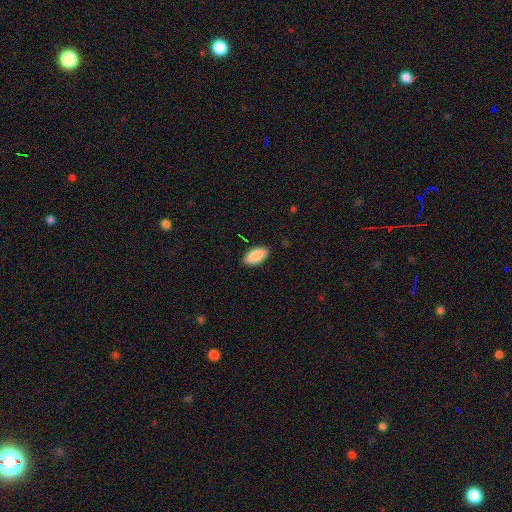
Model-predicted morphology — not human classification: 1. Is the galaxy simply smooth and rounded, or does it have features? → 89% smooth, 6% star or artifact, 5% featured or disk.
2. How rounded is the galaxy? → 93% in between, 5% cigar-shaped, 2% round.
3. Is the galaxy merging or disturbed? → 88% none, 9% minor disturbance, 2% major disturbance, 1% merger.